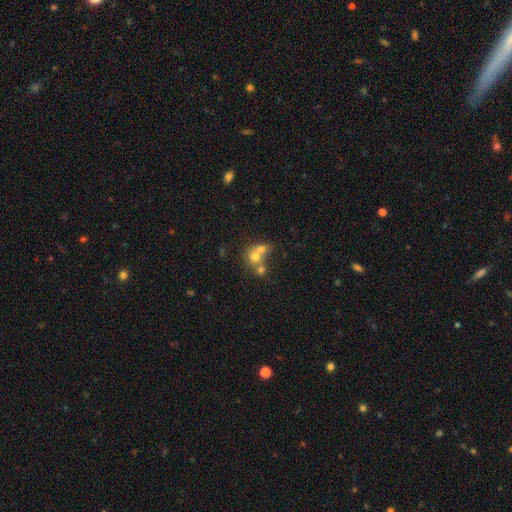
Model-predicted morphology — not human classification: A smooth galaxy with no disk features (63%) that is round (75%). Merging: merger (63%).